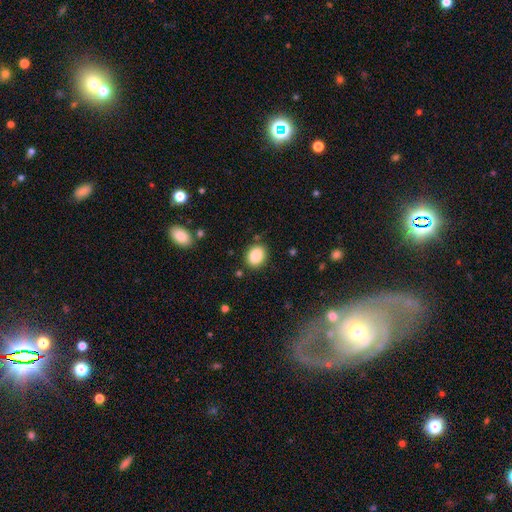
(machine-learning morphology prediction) Smooth or featured?
  - smooth: 87% *
  - star or artifact: 8%
  - featured or disk: 5%
How rounded?
  - in between: 52% *
  - round: 47%
  - cigar-shaped: 1%
Merging?
  - none: 85% *
  - minor disturbance: 10%
  - major disturbance: 3%
  - merger: 2%